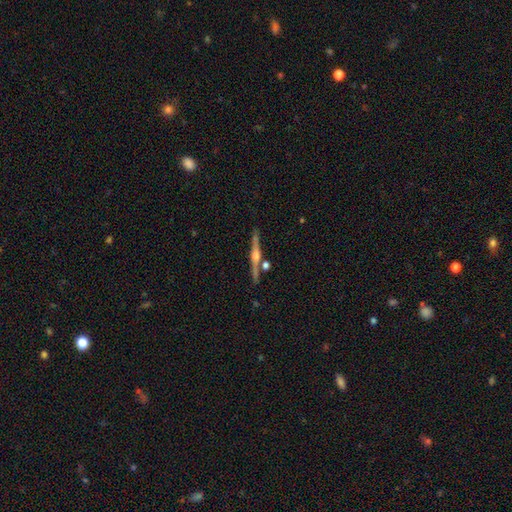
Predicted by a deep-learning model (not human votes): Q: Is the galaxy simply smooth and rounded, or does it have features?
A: featured or disk — 84%.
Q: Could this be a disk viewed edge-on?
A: yes — 98%.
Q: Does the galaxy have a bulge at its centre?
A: rounded — 88%.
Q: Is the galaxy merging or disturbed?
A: none — 86%.